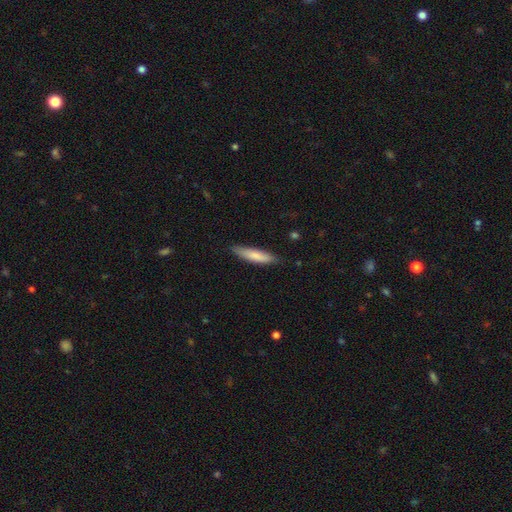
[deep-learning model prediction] Smooth or featured? smooth (79%)
How rounded? cigar-shaped (80%)
Merging? none (83%)